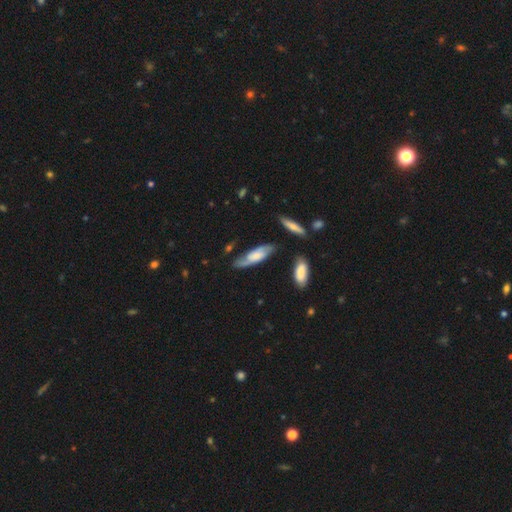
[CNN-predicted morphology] Overall: featured or disk (60%; smooth 34%). Edge-on disk: no (75%). Merging: none (68%).